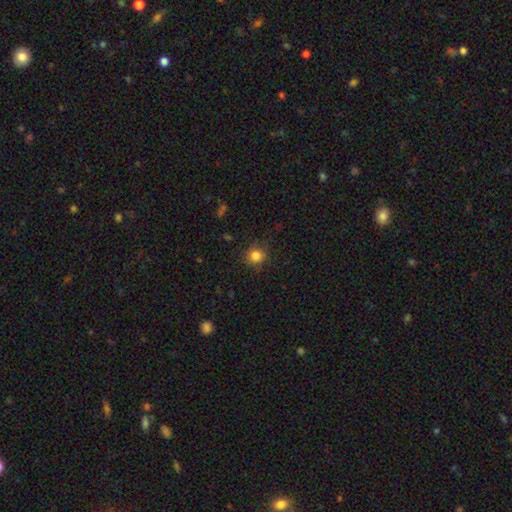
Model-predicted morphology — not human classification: Smooth or featured: smooth — 84% (star or artifact — 11%)
How rounded: round — 88% (in between — 11%)
Merging: none — 81% (minor disturbance — 13%)